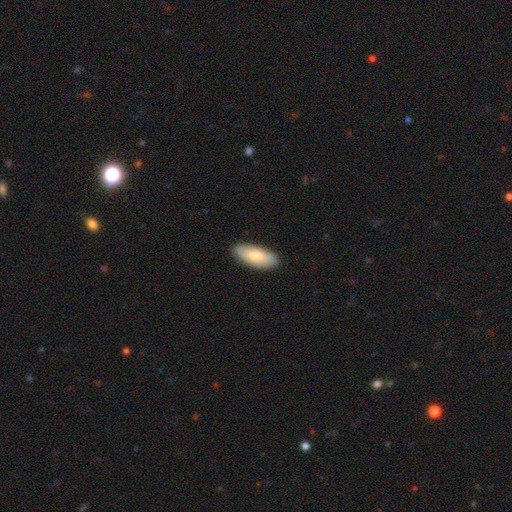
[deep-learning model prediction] Smooth or featured? Predicted: smooth (p=0.76). How rounded? Predicted: in between (p=0.83). Merging? Predicted: none (p=0.87).